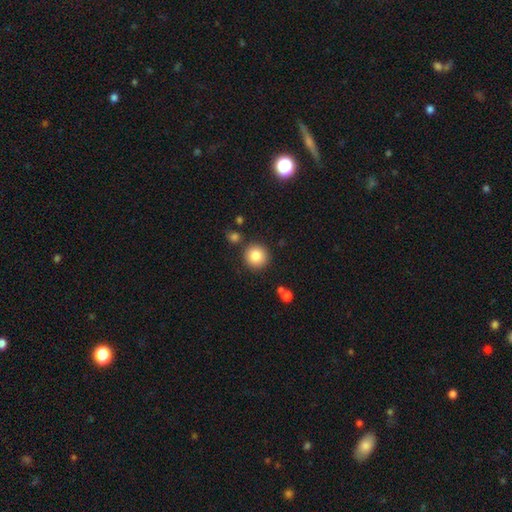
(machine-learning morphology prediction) The model was most divided on "smooth or featured": smooth: 84%, star or artifact: 9%, featured or disk: 7%. More confident: how rounded — round (94%); merging — none (85%).